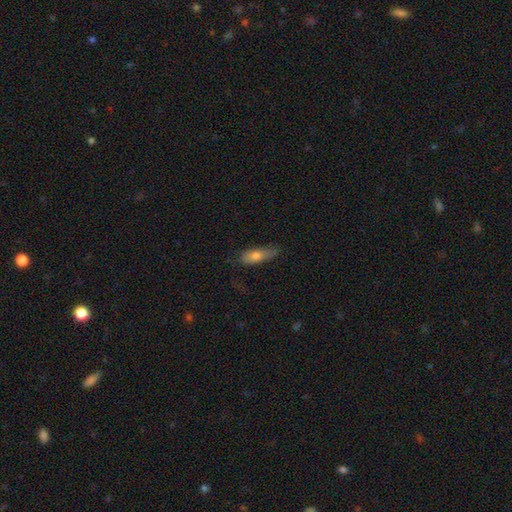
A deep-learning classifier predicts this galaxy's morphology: This appears to be a smooth galaxy with no disk features (65%) that is cigar-shaped (53%). Merging: none (70%).